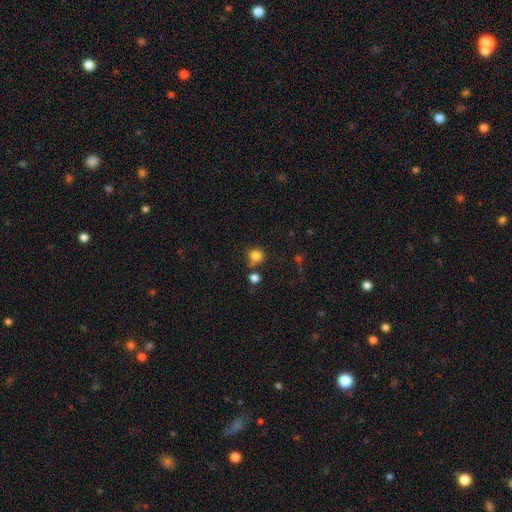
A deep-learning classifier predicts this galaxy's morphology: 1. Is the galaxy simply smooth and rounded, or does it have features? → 81% smooth, 13% star or artifact, 7% featured or disk.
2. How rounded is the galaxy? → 87% round, 12% in between, 1% cigar-shaped.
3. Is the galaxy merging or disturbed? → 64% none, 15% minor disturbance, 15% merger, 6% major disturbance.